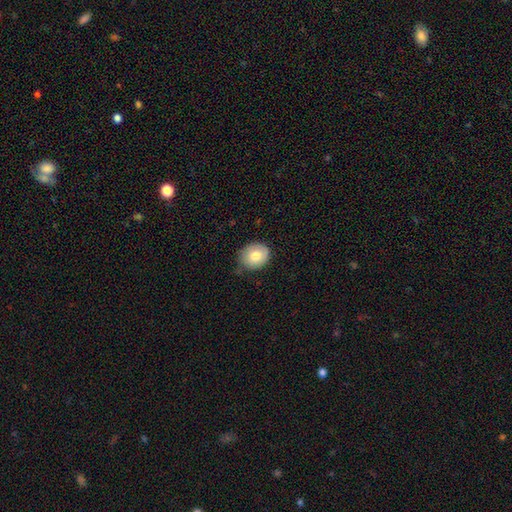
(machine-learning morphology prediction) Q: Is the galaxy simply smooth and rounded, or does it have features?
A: smooth — 79%.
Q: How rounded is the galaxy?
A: round — 61%.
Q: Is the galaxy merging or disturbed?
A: none — 71%.